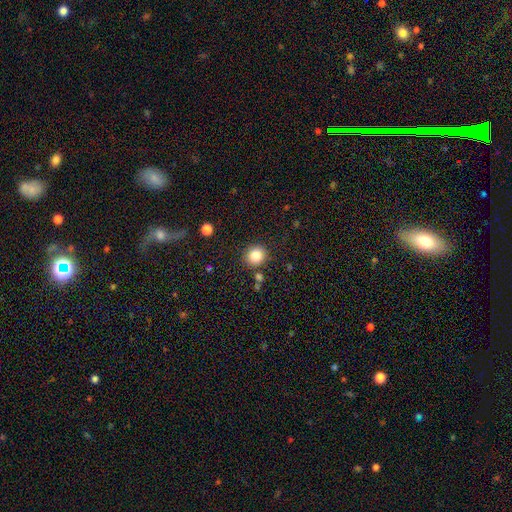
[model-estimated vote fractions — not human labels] A smooth galaxy with no disk features (85%) that is round (86%).

Vote fractions:
- Smooth or featured? smooth: 85% / star or artifact: 10% / featured or disk: 5%
- How rounded? round: 86% / in between: 13% / cigar-shaped: 1%
- Merging? none: 86% / minor disturbance: 8% / merger: 4% / major disturbance: 3%